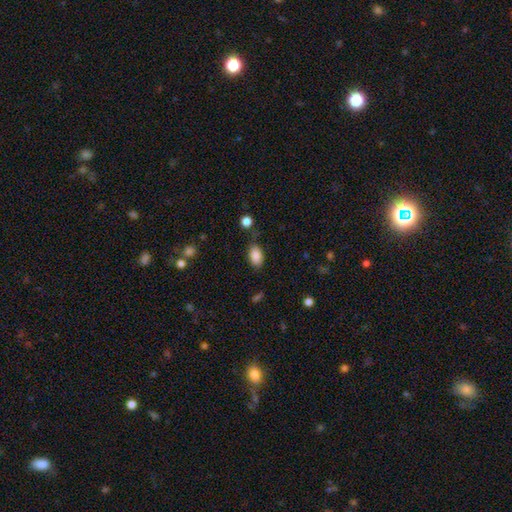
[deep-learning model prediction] smooth 86%, star or artifact 8%, featured or disk 6%. Down the decision tree: how rounded — in between (90%); merging — none (72%).